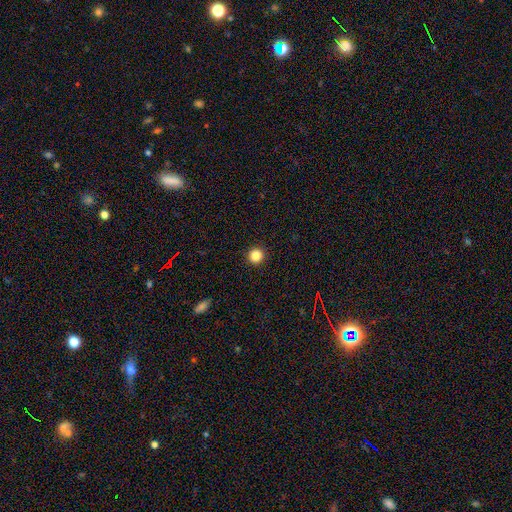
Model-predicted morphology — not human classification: Overall: smooth (85%). How rounded: round (94%). Merging: none (93%).